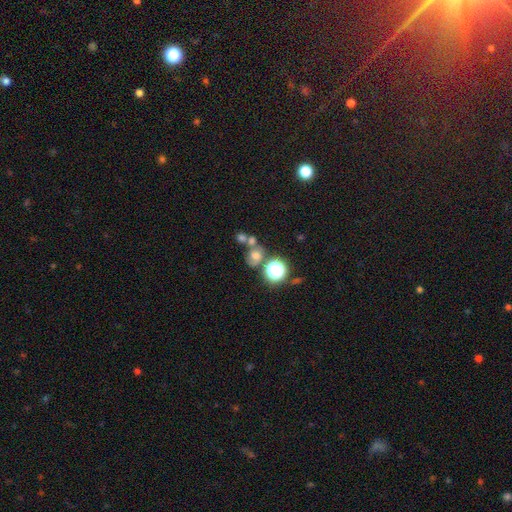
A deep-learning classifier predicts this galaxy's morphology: Smooth or featured?
  - smooth: 60% *
  - star or artifact: 25%
  - featured or disk: 15%
How rounded?
  - round: 75% *
  - in between: 23%
  - cigar-shaped: 1%
Merging?
  - none: 43% *
  - merger: 40%
  - minor disturbance: 10%
  - major disturbance: 7%